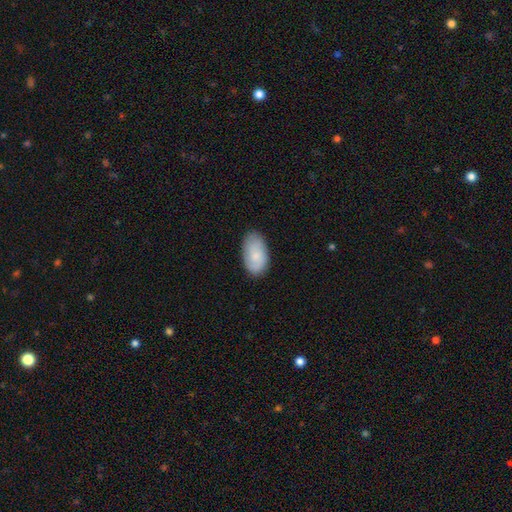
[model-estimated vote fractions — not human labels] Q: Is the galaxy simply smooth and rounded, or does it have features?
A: smooth — 74%.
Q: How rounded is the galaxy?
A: in between — 94%.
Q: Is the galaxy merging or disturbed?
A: none — 79%.